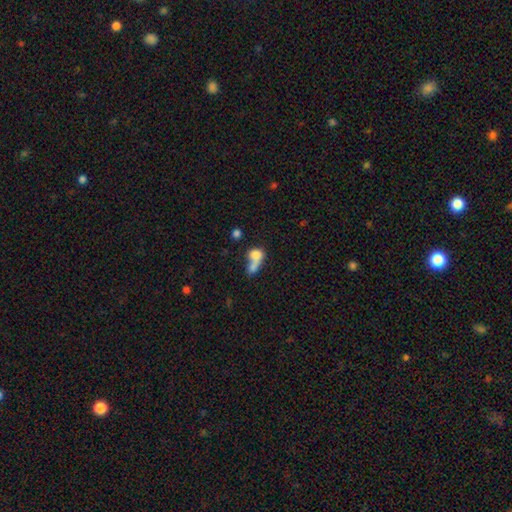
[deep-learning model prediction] Smooth or featured? smooth (71%)
How rounded? in between (57%)
Merging? merger (62%)